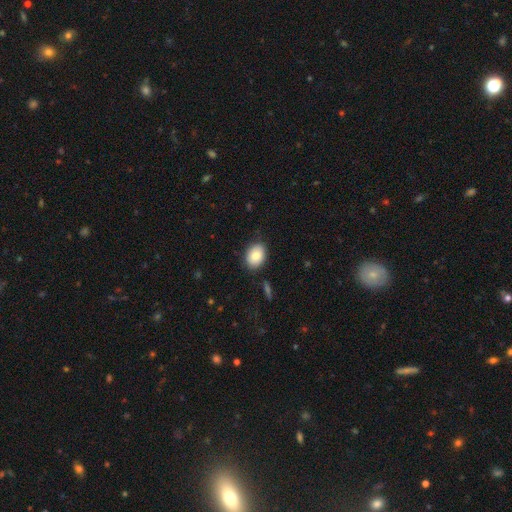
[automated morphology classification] smooth_or_featured: smooth (p=0.81) [alt: featured or disk p=0.12]
how_rounded: in between (p=0.76) [alt: round p=0.23]
merging: none (p=0.85) [alt: minor disturbance p=0.11]